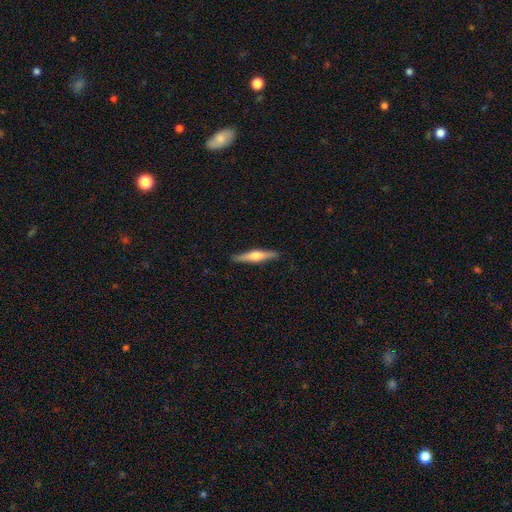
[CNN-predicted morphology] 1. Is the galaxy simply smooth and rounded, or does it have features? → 57% featured or disk, 37% smooth, 5% star or artifact.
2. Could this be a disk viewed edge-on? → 97% yes, 3% no.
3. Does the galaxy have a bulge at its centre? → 89% rounded, 7% boxy, 5% none.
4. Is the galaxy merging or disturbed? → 90% none, 7% minor disturbance, 2% major disturbance, 1% merger.